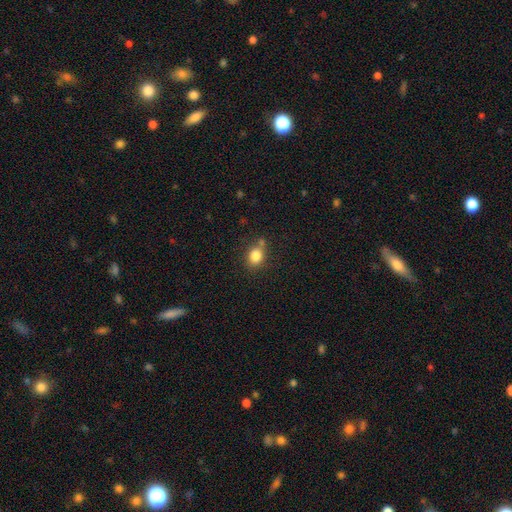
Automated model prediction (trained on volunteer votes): The model was most divided on "how rounded": round: 56%, in between: 43%, cigar-shaped: 1%. More confident: smooth or featured — smooth (83%); merging — none (68%).